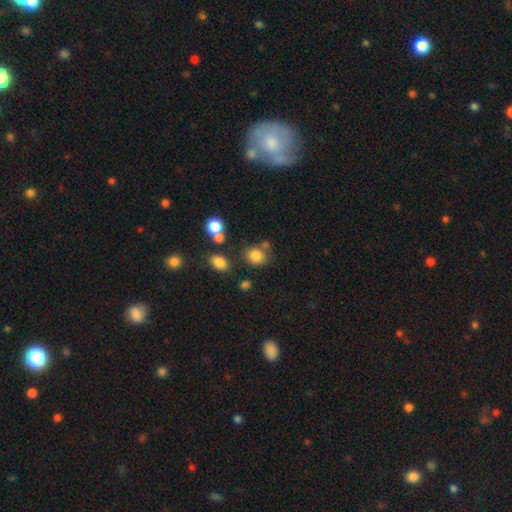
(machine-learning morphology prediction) Smooth or featured? Predicted: smooth (p=0.81). How rounded? Predicted: round (p=0.73). Merging? Predicted: none (p=0.65).